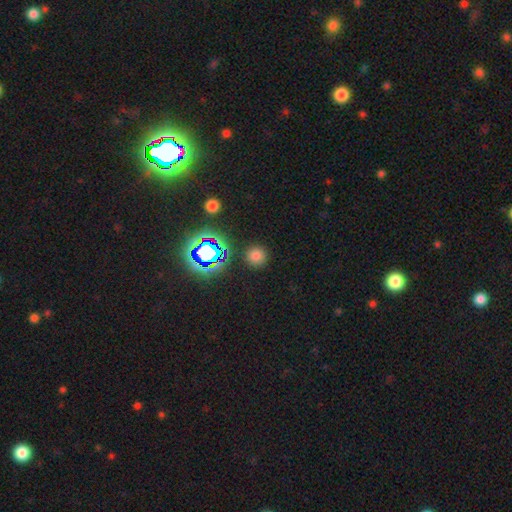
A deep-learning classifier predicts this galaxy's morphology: Overall: smooth (71%). How rounded: round (92%). Merging: none (88%).